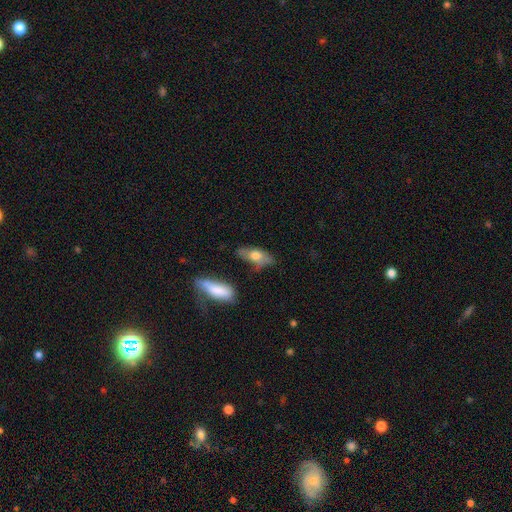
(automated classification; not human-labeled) smooth 65%, featured or disk 28%, star or artifact 7%. Down the decision tree: how rounded — in between (74%); merging — none (60%).